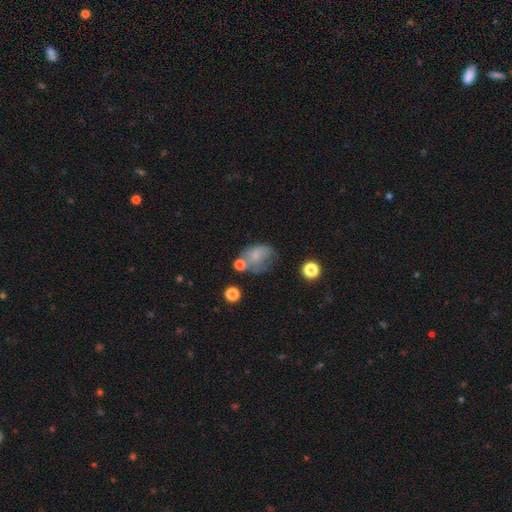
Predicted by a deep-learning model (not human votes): This appears to be a smooth galaxy with no disk features (57%) that is in between round and cigar-shaped (71%). Merging: none (34%).